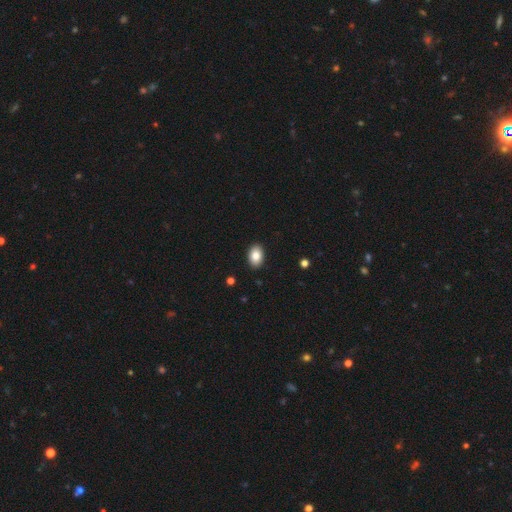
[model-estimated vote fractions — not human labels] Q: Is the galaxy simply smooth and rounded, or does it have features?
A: smooth — 86%.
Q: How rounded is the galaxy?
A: in between — 88%.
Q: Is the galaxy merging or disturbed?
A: none — 91%.